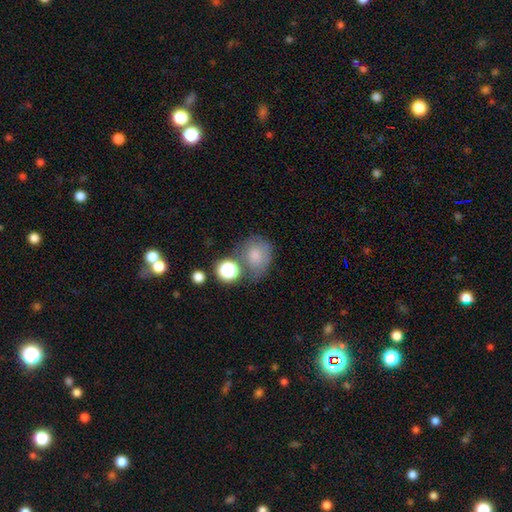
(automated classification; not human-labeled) smooth-or-featured: smooth: 75% | featured or disk: 14% | star or artifact: 11%
  how-rounded: round: 65% | in between: 34% | cigar-shaped: 1%
  merging: none: 46% | minor disturbance: 23% | merger: 19% | major disturbance: 12%